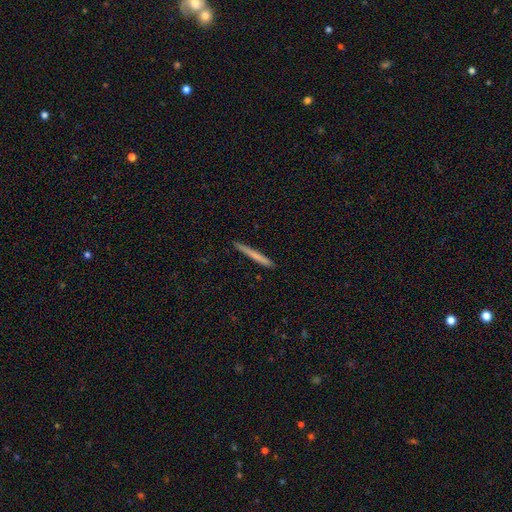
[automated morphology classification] This is likely a smooth galaxy (67%). How rounded: clearly cigar-shaped (97%). Merging: clearly none (91%).